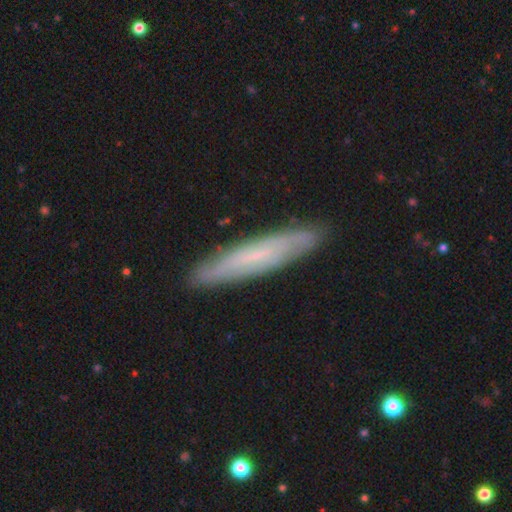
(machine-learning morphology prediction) Overall: featured or disk (53%; smooth 40%). Edge-on disk: yes (68%; no 32%). Merging: none (88%).